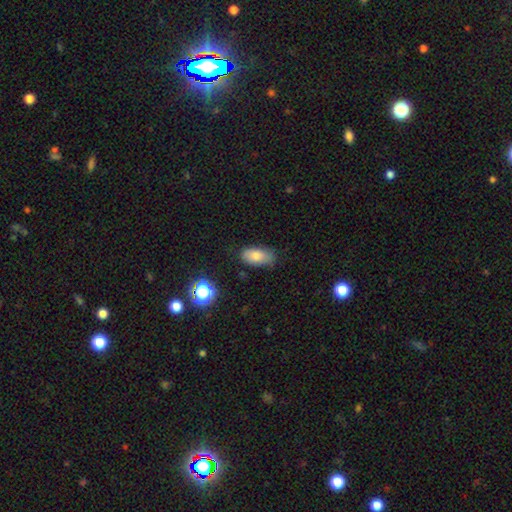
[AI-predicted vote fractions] A smooth galaxy with no disk features (79%) that is in between round and cigar-shaped (90%).

Vote fractions:
- Smooth or featured? smooth: 79% / featured or disk: 11% / star or artifact: 10%
- How rounded? in between: 90% / round: 5% / cigar-shaped: 5%
- Merging? none: 70% / minor disturbance: 24% / major disturbance: 5% / merger: 2%